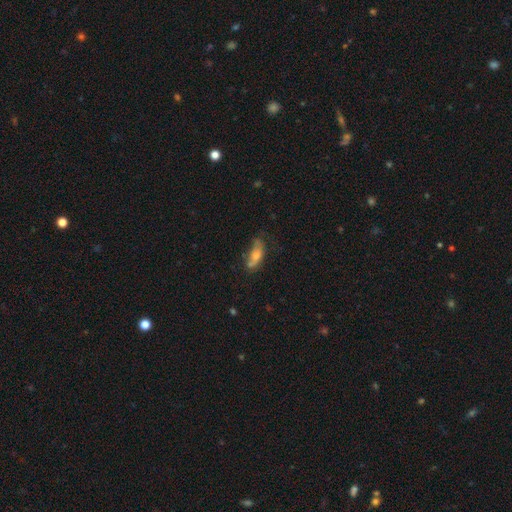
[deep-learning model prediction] Q: Smooth or featured?
A: smooth (61%); runner-up: featured or disk (31%)
Q: How rounded?
A: in between (73%); runner-up: cigar-shaped (23%)
Q: Merging?
A: none (45%); runner-up: minor disturbance (31%)